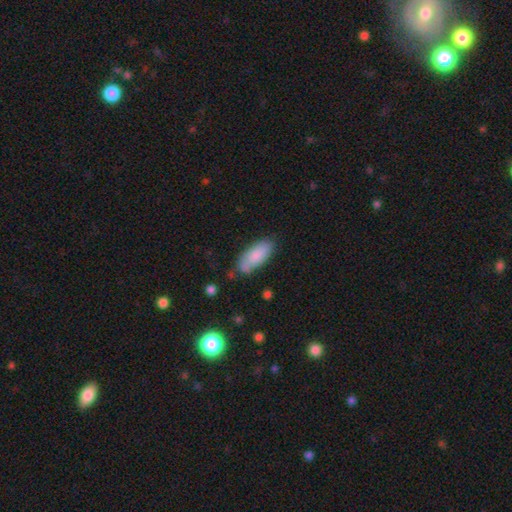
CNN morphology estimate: Smooth or featured? smooth (84%)
How rounded? in between (81%)
Merging? none (69%)